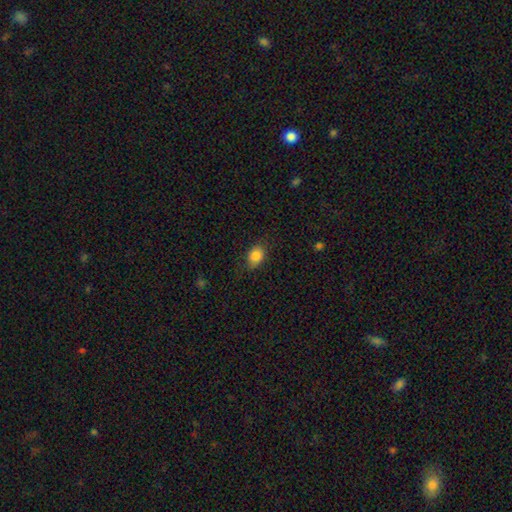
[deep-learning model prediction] Q: Smooth or featured?
A: smooth (86%); runner-up: star or artifact (9%)
Q: How rounded?
A: in between (75%); runner-up: round (24%)
Q: Merging?
A: none (77%); runner-up: minor disturbance (17%)